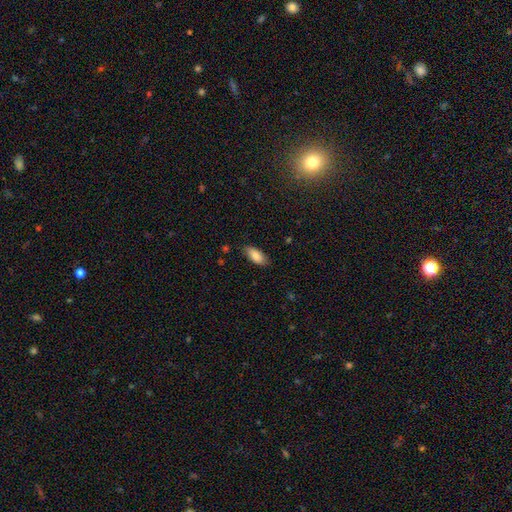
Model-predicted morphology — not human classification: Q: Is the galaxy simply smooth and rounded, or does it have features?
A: smooth — 84%.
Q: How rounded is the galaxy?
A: in between — 88%.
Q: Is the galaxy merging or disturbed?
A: none — 83%.